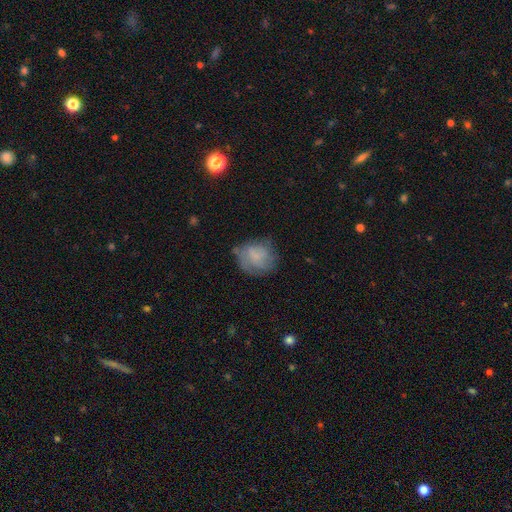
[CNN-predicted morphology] A smooth galaxy with no disk features (60%) that is round (69%). Merging: none (56%).